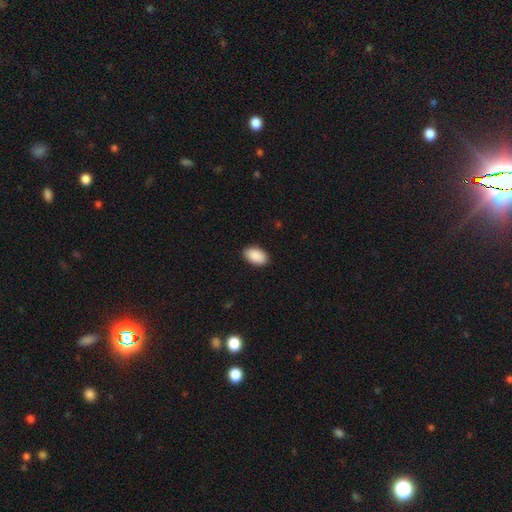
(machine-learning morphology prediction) Smooth or featured?
  - smooth: 91% *
  - star or artifact: 6%
  - featured or disk: 2%
How rounded?
  - in between: 94% *
  - round: 5%
  - cigar-shaped: 1%
Merging?
  - none: 89% *
  - minor disturbance: 8%
  - major disturbance: 2%
  - merger: 1%